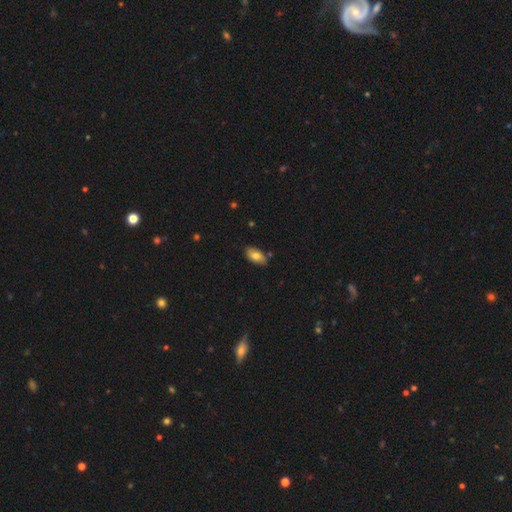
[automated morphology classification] smooth 77%, featured or disk 16%, star or artifact 7%. Down the decision tree: how rounded — in between (93%); merging — none (81%).